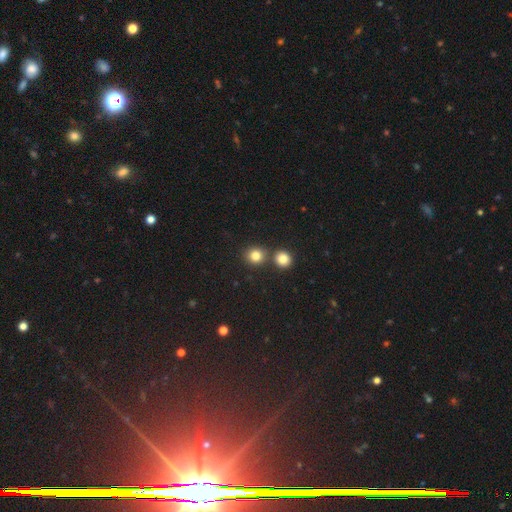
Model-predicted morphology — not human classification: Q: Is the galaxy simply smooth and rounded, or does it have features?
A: smooth — 82%.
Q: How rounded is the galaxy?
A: round — 86%.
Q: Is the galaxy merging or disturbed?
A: none — 69%.